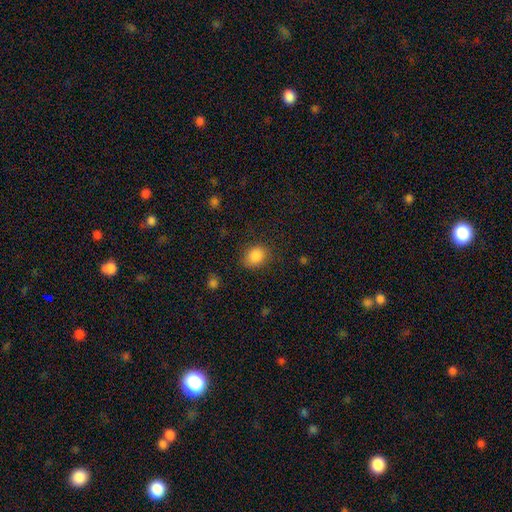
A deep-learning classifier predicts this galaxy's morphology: Smooth or featured? Predicted: smooth (p=0.86). How rounded? Predicted: in between (p=0.52). Merging? Predicted: none (p=0.80).